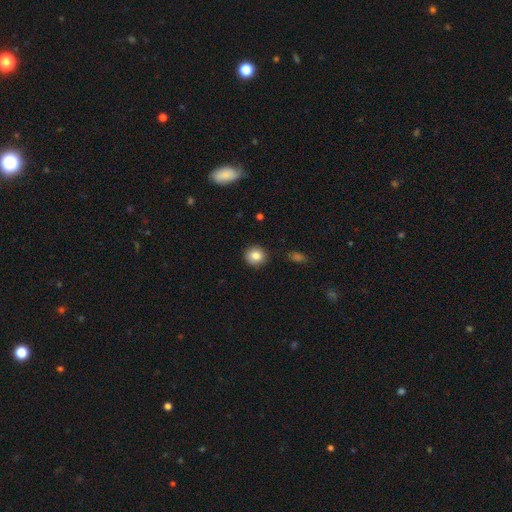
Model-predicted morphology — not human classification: This is clearly a smooth galaxy (84%). How rounded: clearly round (89%). Merging: clearly none (90%).